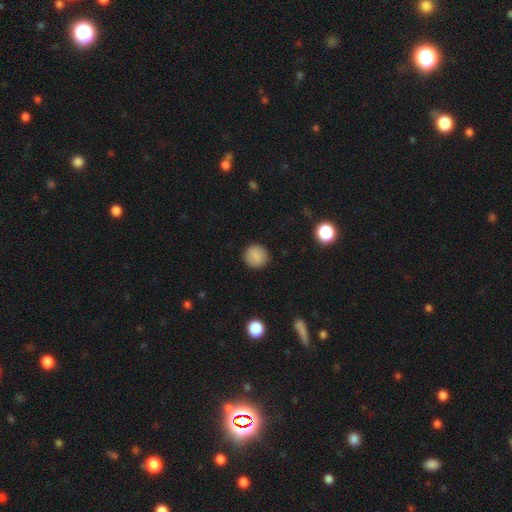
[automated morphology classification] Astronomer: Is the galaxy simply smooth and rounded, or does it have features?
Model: smooth — 85%.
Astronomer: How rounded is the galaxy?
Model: round — 91%.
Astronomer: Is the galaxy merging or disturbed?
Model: none — 91%.